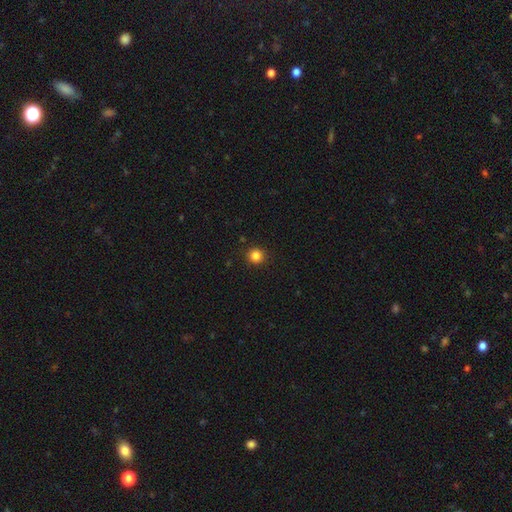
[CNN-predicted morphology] Smooth or featured? Predicted: smooth (p=0.84). How rounded? Predicted: round (p=0.93). Merging? Predicted: none (p=0.91).